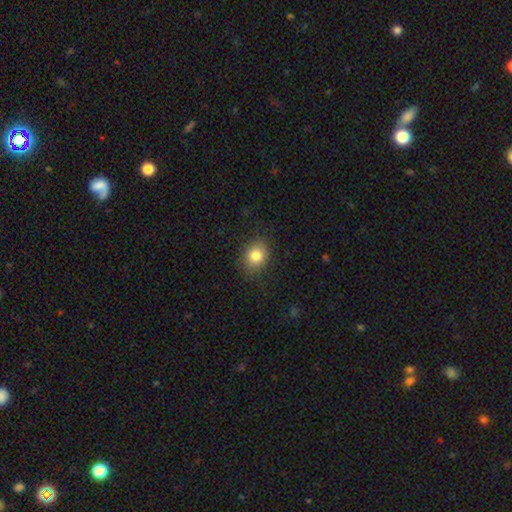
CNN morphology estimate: smooth_or_featured: smooth (p=0.83) [alt: star or artifact p=0.10]
how_rounded: round (p=0.57) [alt: in between p=0.42]
merging: none (p=0.84) [alt: minor disturbance p=0.11]